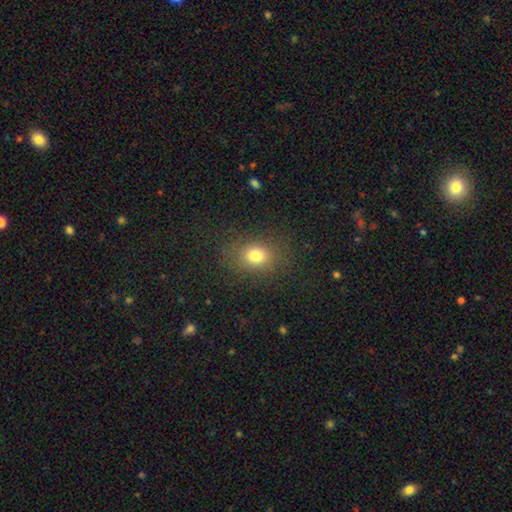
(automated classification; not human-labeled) smooth_or_featured: smooth (p=0.77) [alt: star or artifact p=0.14]
how_rounded: round (p=0.50) [alt: in between p=0.49]
merging: none (p=0.84) [alt: minor disturbance p=0.10]